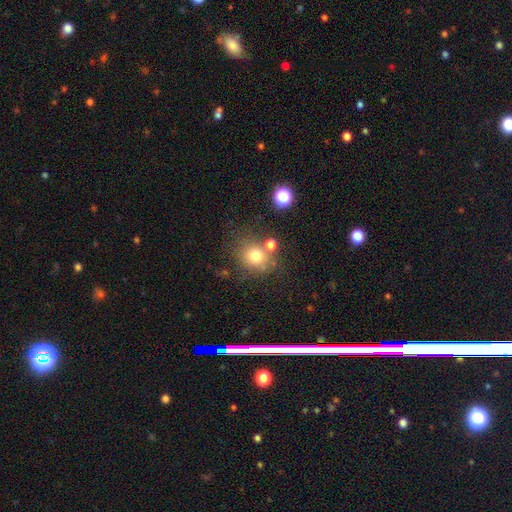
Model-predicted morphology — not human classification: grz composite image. It shows a smooth galaxy with no disk features (74%) that is round (81%). Merging: none (66%).